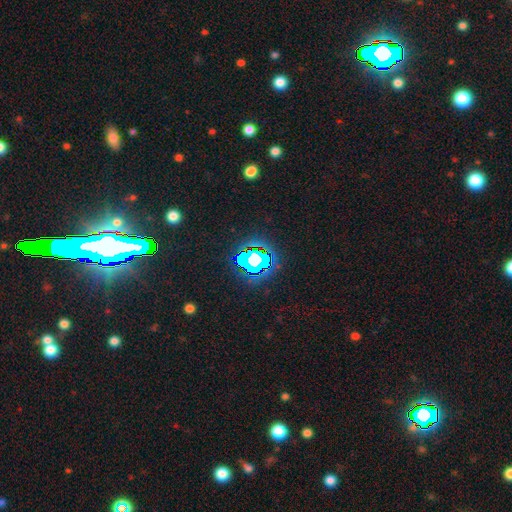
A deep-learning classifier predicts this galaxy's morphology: This appears to be a star or artifact, not a galaxy (66%).